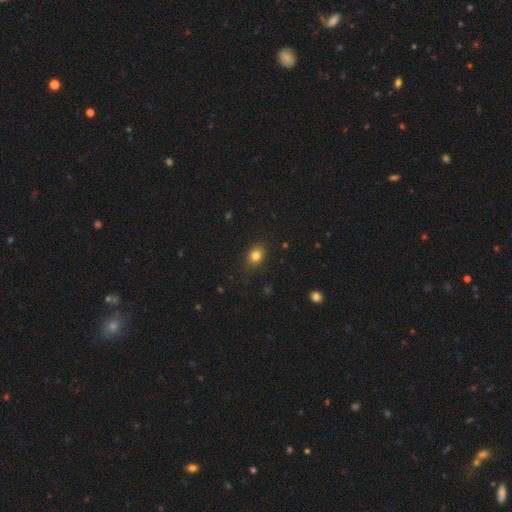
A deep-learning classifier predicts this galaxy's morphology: The model was most divided on "how rounded": in between: 52%, round: 47%, cigar-shaped: 1%. More confident: merging — none (87%); smooth or featured — smooth (83%).